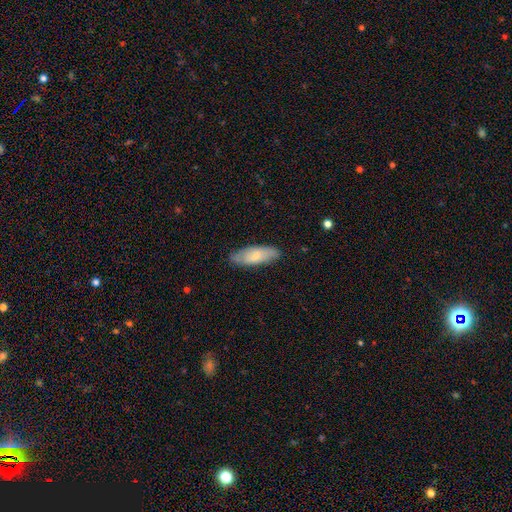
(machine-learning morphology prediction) This appears to be a smooth galaxy with no disk features (72%) that is in between round and cigar-shaped (69%). Merging: none (78%).